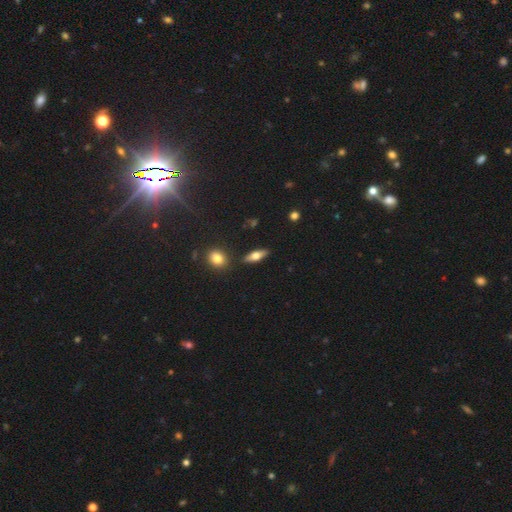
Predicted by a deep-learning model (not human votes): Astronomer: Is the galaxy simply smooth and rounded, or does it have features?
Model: smooth — 49% (runner-up: featured or disk, 43%).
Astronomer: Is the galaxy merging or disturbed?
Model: none — 85%.